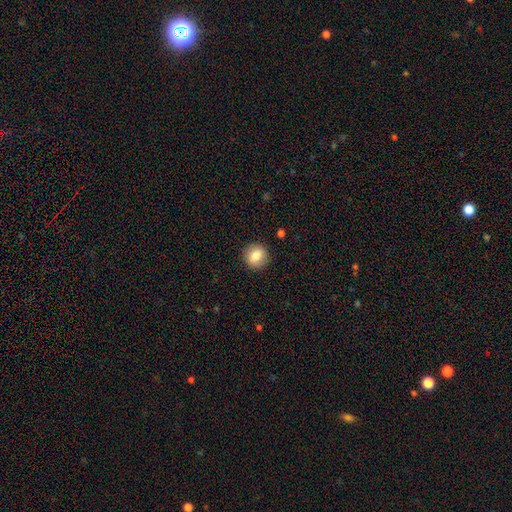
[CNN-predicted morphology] Overall: smooth (82%). How rounded: round (89%). Merging: none (91%).